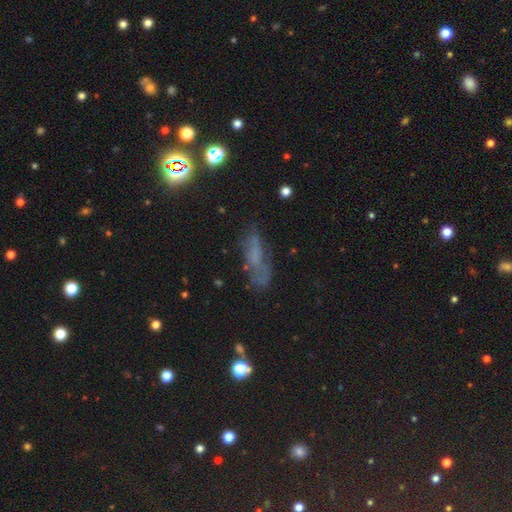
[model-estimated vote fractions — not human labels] The model was most divided on "smooth or featured": featured or disk: 38%, smooth: 37%, star or artifact: 25%. More confident: merging — none (56%).